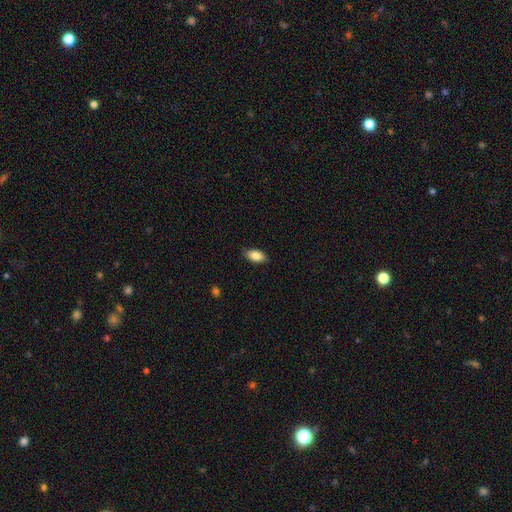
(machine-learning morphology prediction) Smooth or featured?
  - smooth: 85% *
  - featured or disk: 8%
  - star or artifact: 7%
How rounded?
  - in between: 91% *
  - cigar-shaped: 5%
  - round: 4%
Merging?
  - none: 86% *
  - minor disturbance: 11%
  - major disturbance: 2%
  - merger: 1%